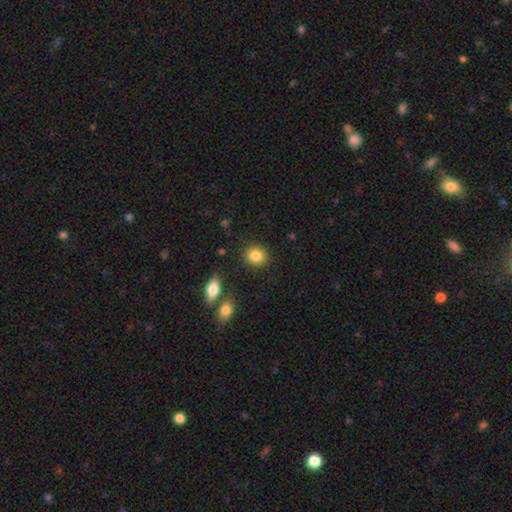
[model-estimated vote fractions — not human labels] A smooth galaxy with no disk features (86%) that is round (72%).

Vote fractions:
- Smooth or featured? smooth: 86% / star or artifact: 8% / featured or disk: 6%
- How rounded? round: 72% / in between: 27% / cigar-shaped: 1%
- Merging? none: 87% / minor disturbance: 8% / merger: 3% / major disturbance: 3%